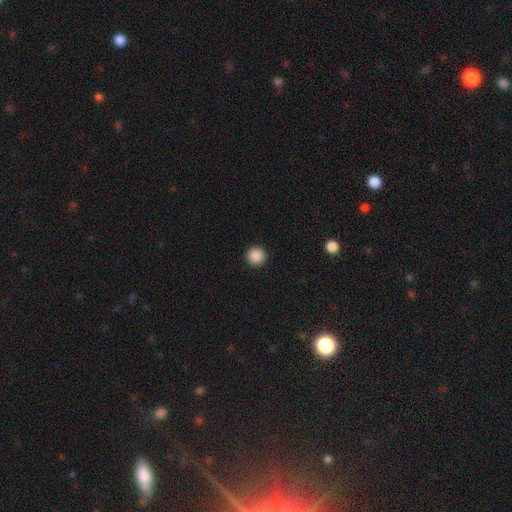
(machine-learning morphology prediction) smooth 88%, star or artifact 9%, featured or disk 3%. Down the decision tree: how rounded — round (96%); merging — none (94%).